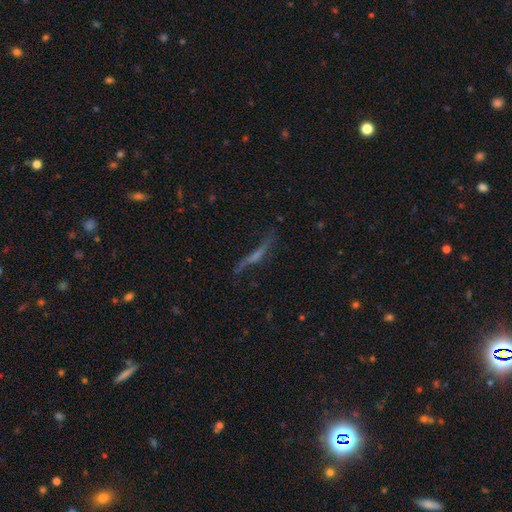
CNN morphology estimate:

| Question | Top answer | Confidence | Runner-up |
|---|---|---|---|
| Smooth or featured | featured or disk | 65% | smooth (20%) |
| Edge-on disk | yes | 72% | no (28%) |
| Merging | none | 61% | minor disturbance (20%) |